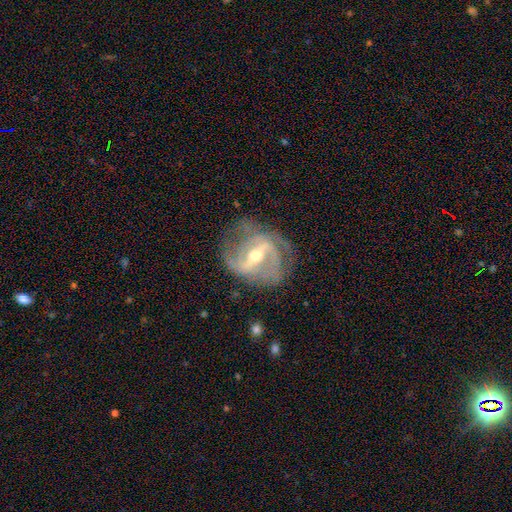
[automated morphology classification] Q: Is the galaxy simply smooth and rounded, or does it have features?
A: featured or disk — 88%.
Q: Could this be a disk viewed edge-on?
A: no — 95%.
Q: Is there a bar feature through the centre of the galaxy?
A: strong — 60%.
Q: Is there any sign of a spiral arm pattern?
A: yes — 92%.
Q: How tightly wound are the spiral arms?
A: medium — 45%.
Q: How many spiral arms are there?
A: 2 — 67%.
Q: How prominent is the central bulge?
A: moderate — 59%.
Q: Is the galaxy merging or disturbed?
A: none — 64%.